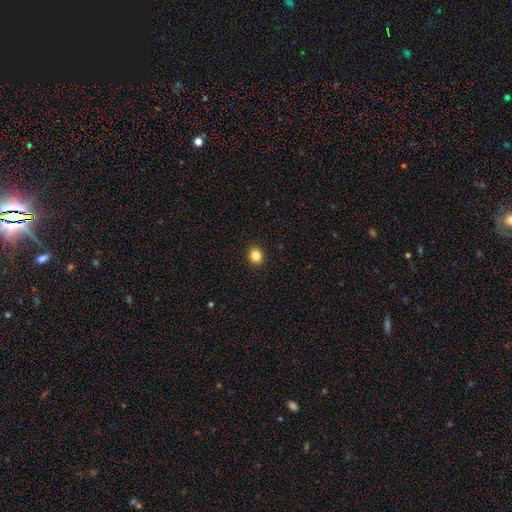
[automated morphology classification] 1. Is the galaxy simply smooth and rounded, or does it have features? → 84% smooth, 11% star or artifact, 5% featured or disk.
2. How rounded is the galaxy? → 80% round, 19% in between, 1% cigar-shaped.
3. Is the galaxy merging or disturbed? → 93% none, 5% minor disturbance, 1% major disturbance, 1% merger.